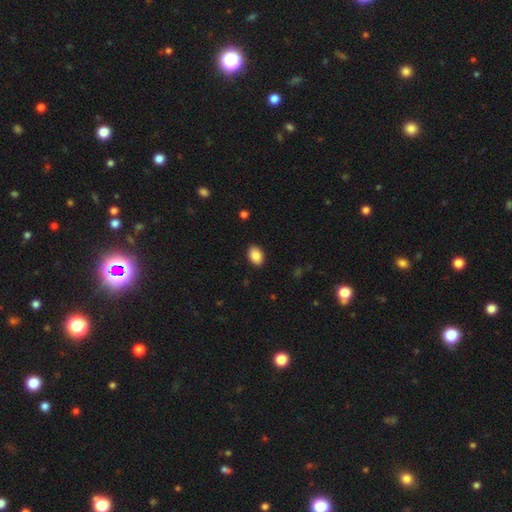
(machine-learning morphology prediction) The model was most divided on "how rounded": in between: 84%, round: 14%, cigar-shaped: 1%. More confident: merging — none (90%); smooth or featured — smooth (89%).